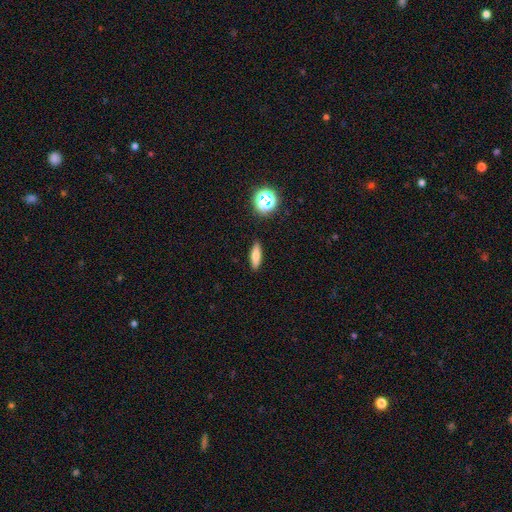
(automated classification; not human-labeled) smooth 73%, featured or disk 17%, star or artifact 10%. Down the decision tree: how rounded — cigar-shaped (53%); merging — none (89%).